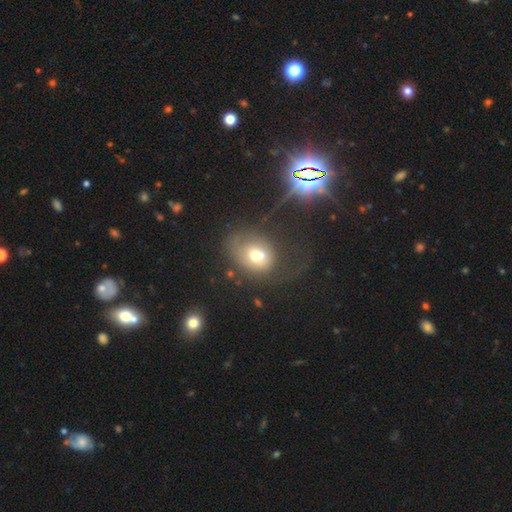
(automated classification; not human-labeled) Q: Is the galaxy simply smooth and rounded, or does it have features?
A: smooth — 59%.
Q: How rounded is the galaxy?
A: round — 56%.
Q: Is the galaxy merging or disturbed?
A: major disturbance — 32%.